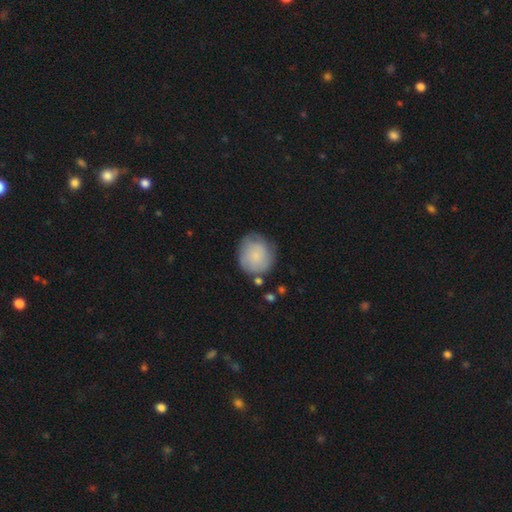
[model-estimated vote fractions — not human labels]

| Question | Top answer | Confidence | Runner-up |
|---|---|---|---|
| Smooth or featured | smooth | 76% | featured or disk (18%) |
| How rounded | round | 81% | in between (18%) |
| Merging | none | 66% | minor disturbance (23%) |